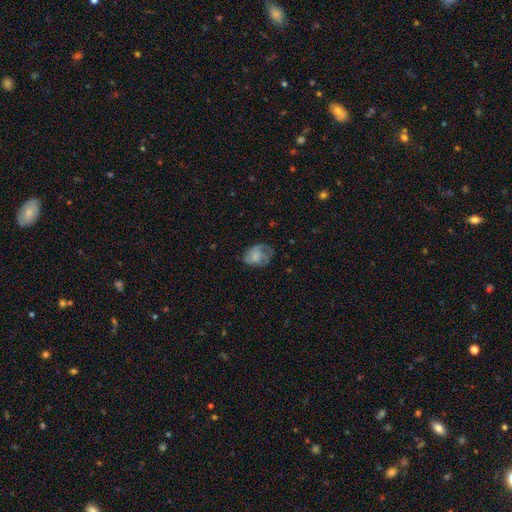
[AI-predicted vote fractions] A smooth galaxy with no disk features (58%) that is in between round and cigar-shaped (69%). Merging: none (44%).